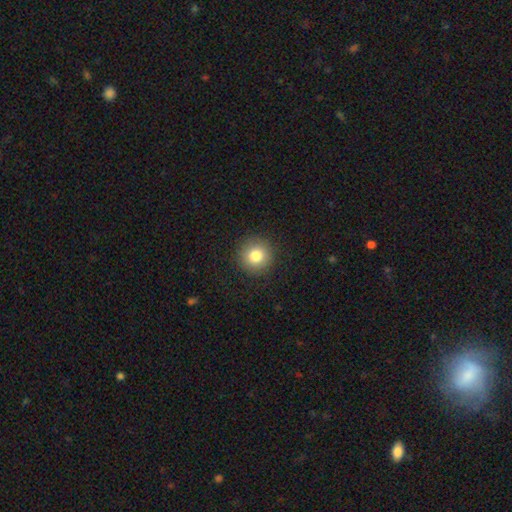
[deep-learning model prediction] Q: Smooth or featured?
A: smooth (83%); runner-up: star or artifact (10%)
Q: How rounded?
A: round (94%); runner-up: in between (5%)
Q: Merging?
A: none (91%); runner-up: minor disturbance (6%)